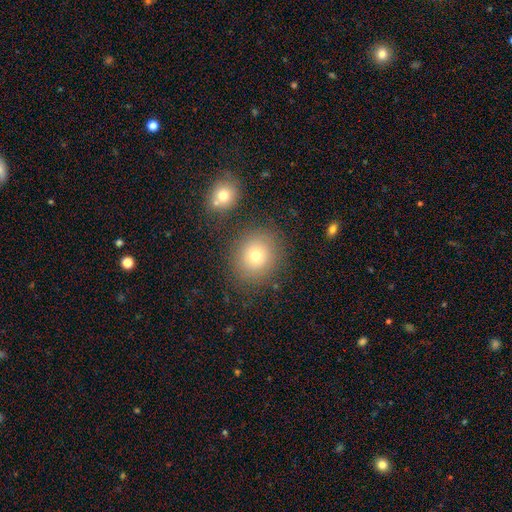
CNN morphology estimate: Q: Smooth or featured?
A: smooth (73%); runner-up: star or artifact (14%)
Q: How rounded?
A: round (78%); runner-up: in between (21%)
Q: Merging?
A: none (81%); runner-up: minor disturbance (10%)